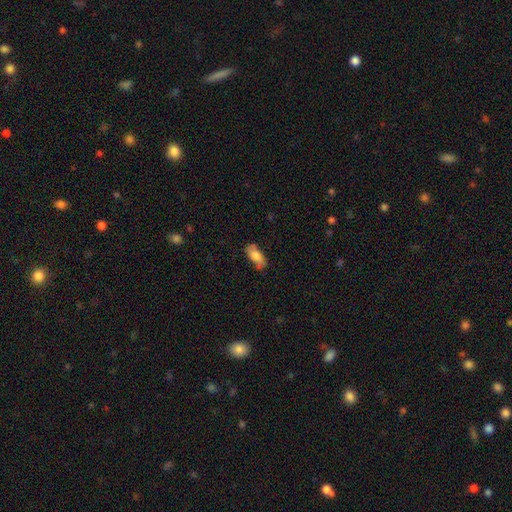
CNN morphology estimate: A smooth galaxy with no disk features (70%) that is in between round and cigar-shaped (86%).

Vote fractions:
- Smooth or featured? smooth: 70% / featured or disk: 23% / star or artifact: 7%
- How rounded? in between: 86% / cigar-shaped: 11% / round: 3%
- Merging? none: 72% / minor disturbance: 21% / major disturbance: 5% / merger: 2%